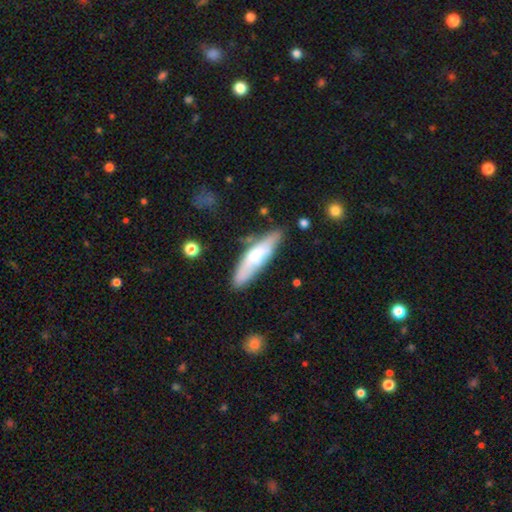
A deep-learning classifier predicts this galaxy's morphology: Smooth or featured: smooth — 55% (featured or disk — 39%)
How rounded: cigar-shaped — 70% (in between — 28%)
Merging: none — 72% (minor disturbance — 19%)